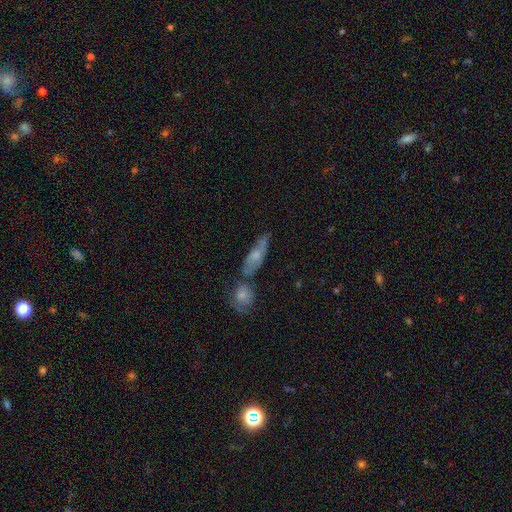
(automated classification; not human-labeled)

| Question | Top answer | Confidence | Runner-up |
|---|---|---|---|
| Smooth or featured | smooth | 49% | featured or disk (43%) |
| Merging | none | 53% | merger (23%) |